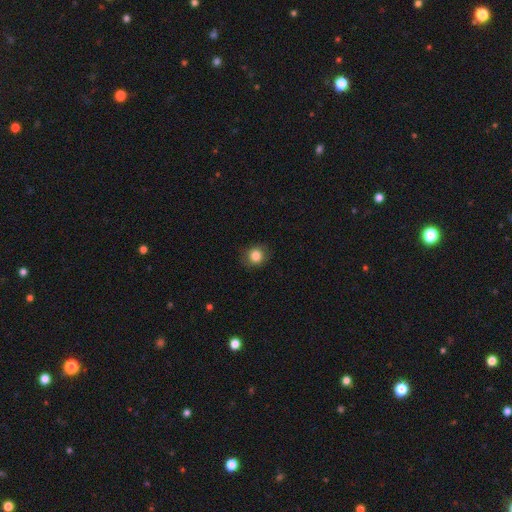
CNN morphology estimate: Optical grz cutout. It shows a smooth galaxy with no disk features (84%) that is round (81%). Merging: none (84%).